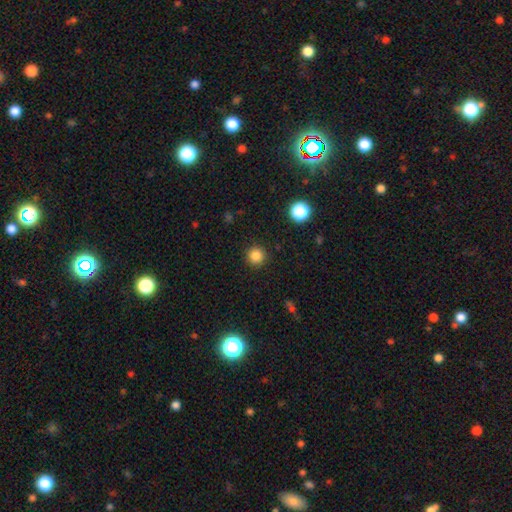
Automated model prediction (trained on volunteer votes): Morphology: type=smooth (84%); roundness=round (95%); merging=none (92%).